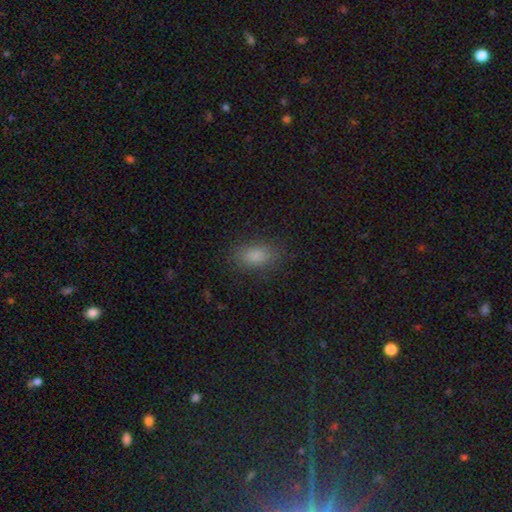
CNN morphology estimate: Overall: smooth (84%). How rounded: in between (88%). Merging: none (83%).